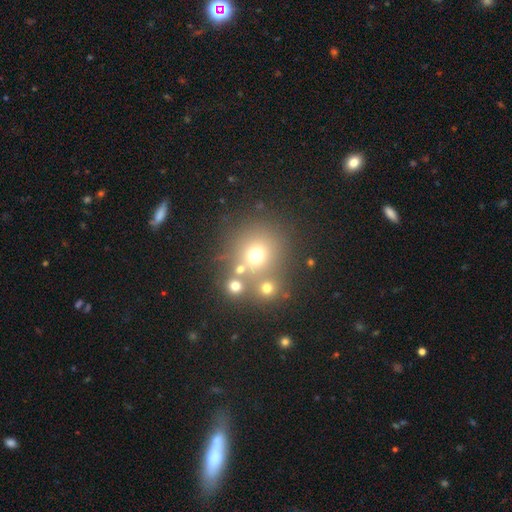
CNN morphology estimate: A smooth galaxy with no disk features (66%) that is round (83%). Merging: none (59%).